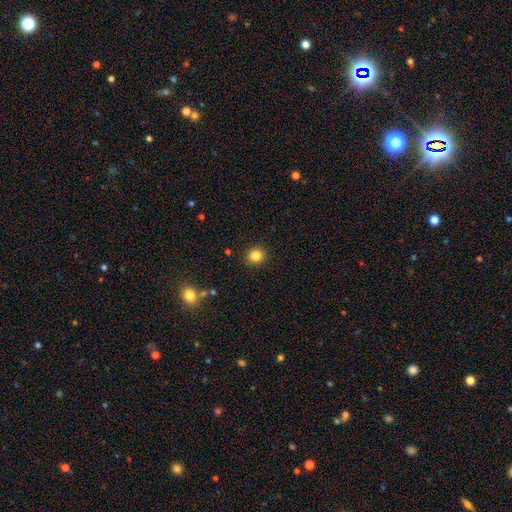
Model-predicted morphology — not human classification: The model was most divided on "smooth or featured": smooth: 83%, star or artifact: 12%, featured or disk: 5%. More confident: merging — none (91%); how rounded — round (87%).